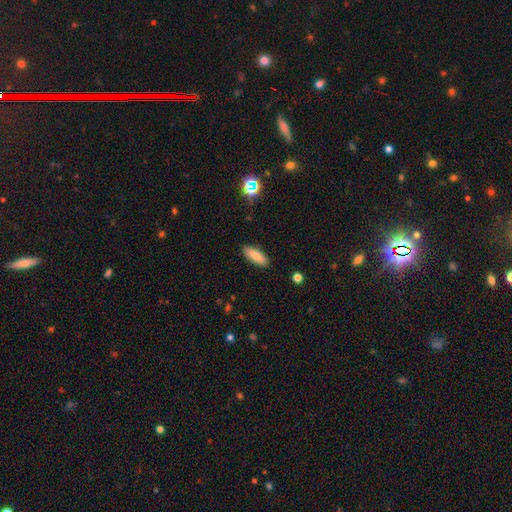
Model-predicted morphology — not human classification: A smooth galaxy with no disk features (80%) that is in between round and cigar-shaped (66%). Merging: none (89%).